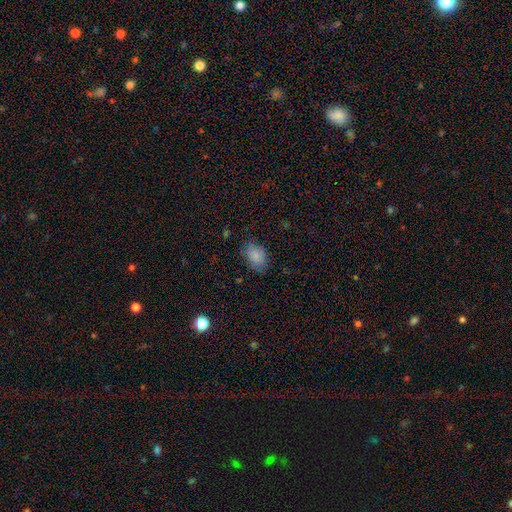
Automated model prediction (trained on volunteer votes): smooth 85%, star or artifact 8%, featured or disk 7%. Down the decision tree: how rounded — in between (81%); merging — none (72%).